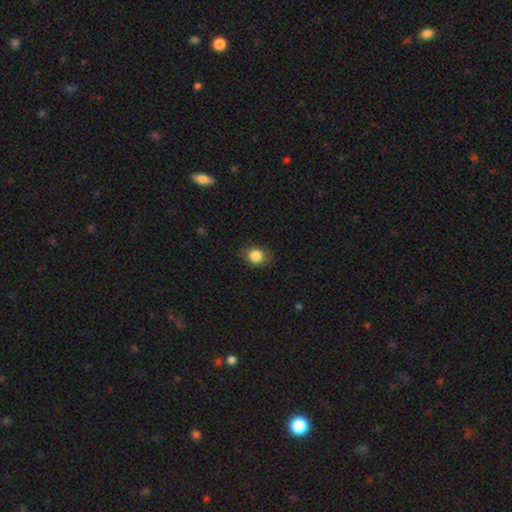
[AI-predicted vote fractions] A smooth galaxy with no disk features (85%) that is round (69%). Merging: none (78%).